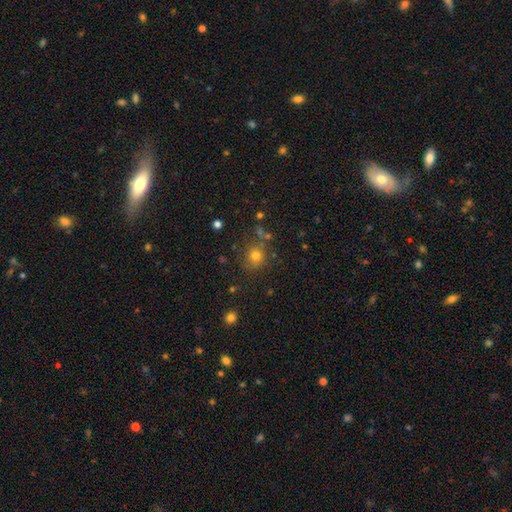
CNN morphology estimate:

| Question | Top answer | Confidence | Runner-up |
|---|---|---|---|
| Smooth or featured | smooth | 75% | star or artifact (17%) |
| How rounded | round | 85% | in between (14%) |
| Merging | none | 75% | minor disturbance (13%) |